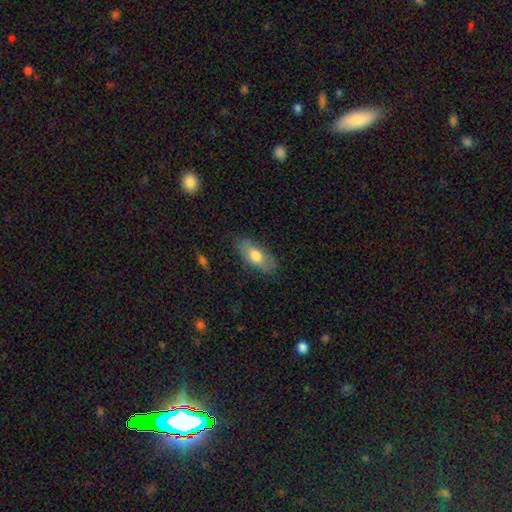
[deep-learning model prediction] smooth_or_featured: smooth (p=0.71) [alt: featured or disk p=0.23]
how_rounded: in between (p=0.83) [alt: cigar-shaped p=0.13]
merging: none (p=0.75) [alt: minor disturbance p=0.19]